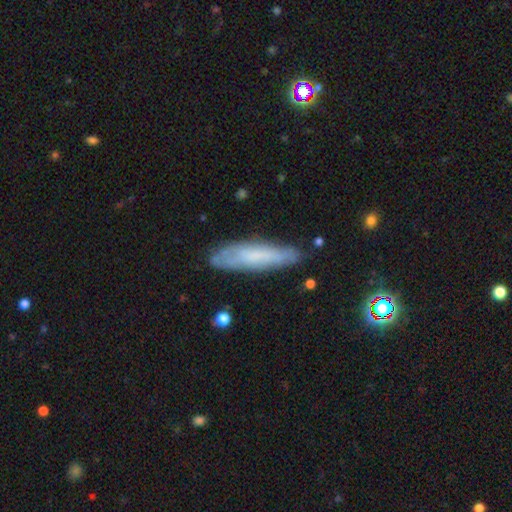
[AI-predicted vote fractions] A smooth galaxy with no disk features (57%) that is cigar-shaped (75%). Merging: none (76%).